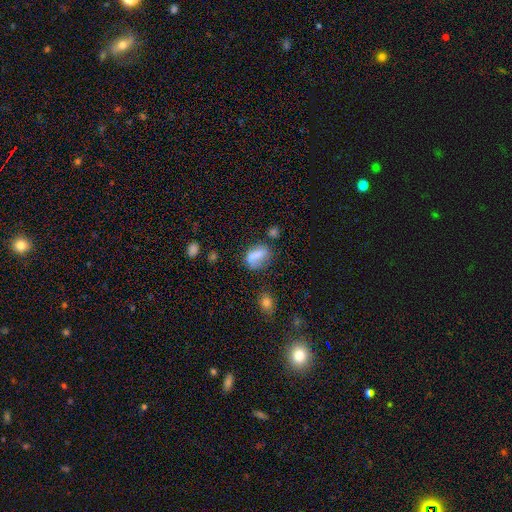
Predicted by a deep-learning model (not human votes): A smooth galaxy with no disk features (70%) that is in between round and cigar-shaped (75%).

Vote fractions:
- Smooth or featured? smooth: 70% / featured or disk: 19% / star or artifact: 11%
- How rounded? in between: 75% / round: 17% / cigar-shaped: 8%
- Merging? none: 50% / minor disturbance: 26% / major disturbance: 15% / merger: 9%